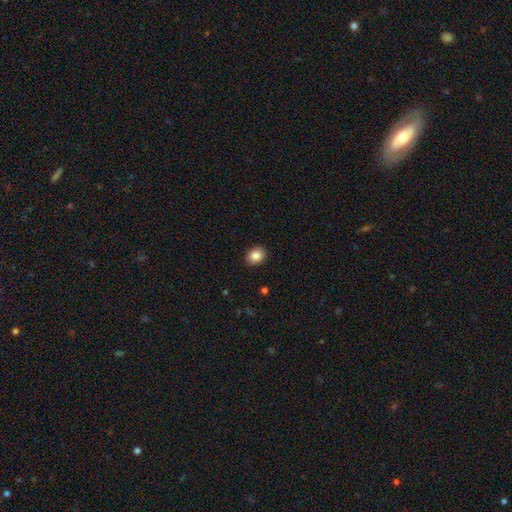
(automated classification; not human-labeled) Smooth or featured? Predicted: smooth (p=0.85). How rounded? Predicted: round (p=0.50). Merging? Predicted: none (p=0.91).